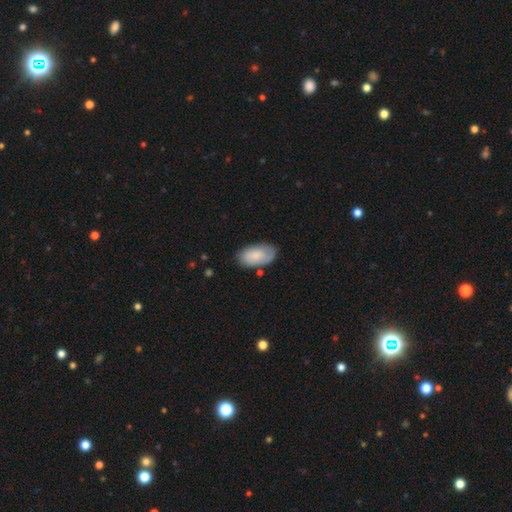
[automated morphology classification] smooth 78%, featured or disk 16%, star or artifact 6%. Down the decision tree: how rounded — in between (95%); merging — none (74%).